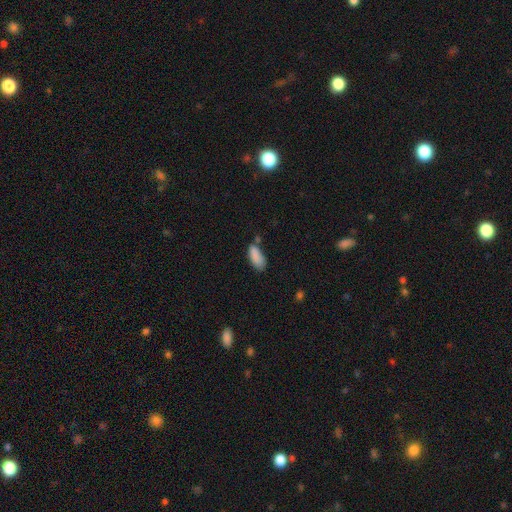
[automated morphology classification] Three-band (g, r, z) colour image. It shows a smooth galaxy with no disk features (86%) that is in between round and cigar-shaped (83%). Merging: none (57%).